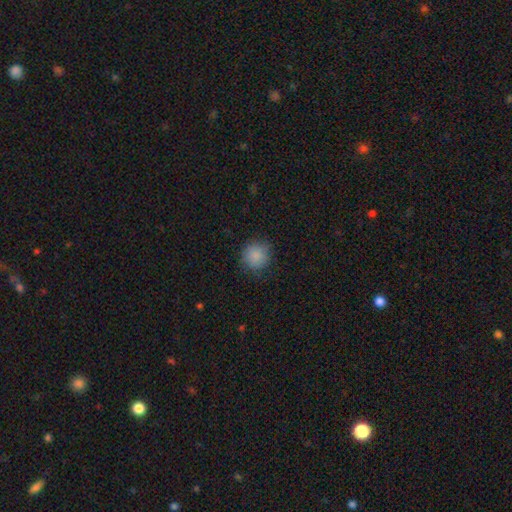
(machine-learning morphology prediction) type=smooth (86%); roundness=round (91%); merging=none (83%).